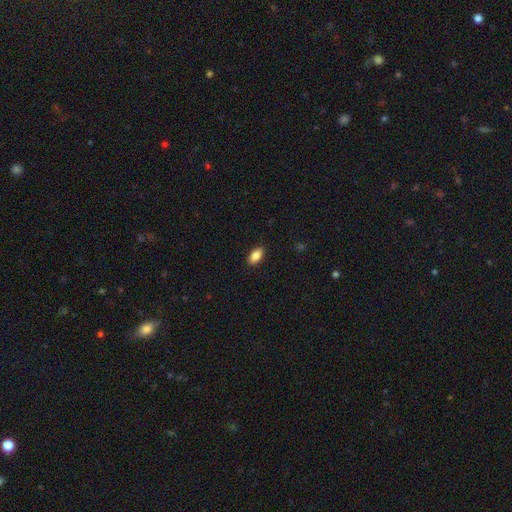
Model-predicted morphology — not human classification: The model was most divided on "smooth or featured": smooth: 86%, star or artifact: 8%, featured or disk: 7%. More confident: how rounded — in between (91%); merging — none (89%).